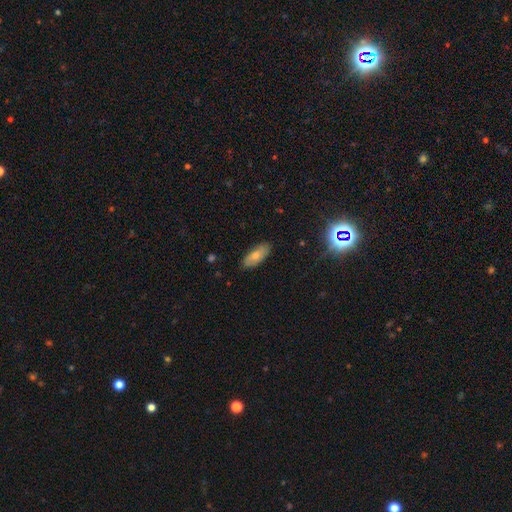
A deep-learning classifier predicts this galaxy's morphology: The model was most divided on "smooth or featured": smooth: 68%, featured or disk: 25%, star or artifact: 7%. More confident: how rounded — in between (83%); merging — none (83%).